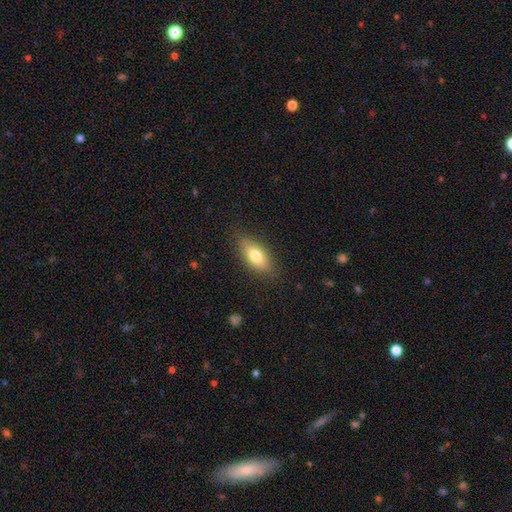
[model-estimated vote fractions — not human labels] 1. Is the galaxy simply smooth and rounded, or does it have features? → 72% smooth, 21% featured or disk, 7% star or artifact.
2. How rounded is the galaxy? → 78% in between, 18% cigar-shaped, 4% round.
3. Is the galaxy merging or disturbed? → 85% none, 11% minor disturbance, 3% major disturbance, 1% merger.